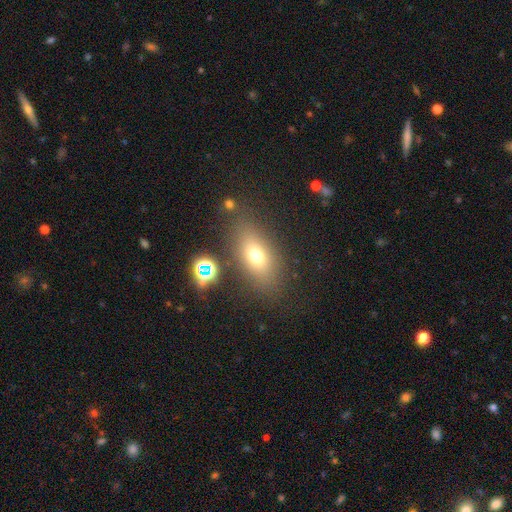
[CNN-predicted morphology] A smooth galaxy with no disk features (68%) that is in between round and cigar-shaped (78%). Merging: none (78%).